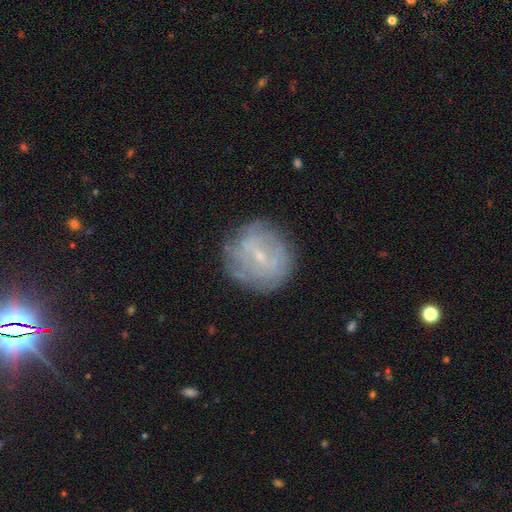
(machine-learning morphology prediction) type=featured or disk (56%); edge-on=no (95%); bar=weak (50%); spiral arms=yes (63%); bulge=small (79%); merging=none (80%).